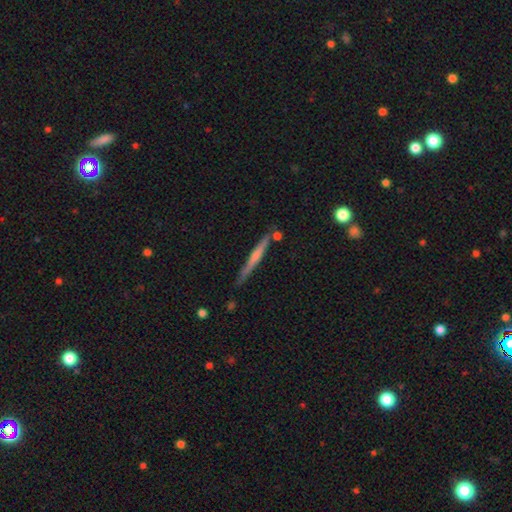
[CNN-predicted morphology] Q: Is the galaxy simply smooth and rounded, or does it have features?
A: featured or disk — 67%.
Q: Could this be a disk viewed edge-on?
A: yes — 97%.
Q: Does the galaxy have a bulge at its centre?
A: rounded — 60%.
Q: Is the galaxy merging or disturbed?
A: none — 86%.